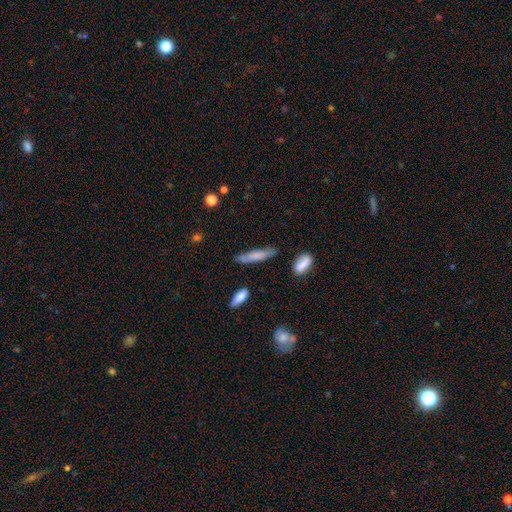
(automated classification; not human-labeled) A smooth galaxy with no disk features (69%) that is cigar-shaped (84%).

Vote fractions:
- Smooth or featured? smooth: 69% / featured or disk: 24% / star or artifact: 7%
- How rounded? cigar-shaped: 84% / in between: 14% / round: 2%
- Merging? none: 77% / minor disturbance: 16% / merger: 4% / major disturbance: 3%